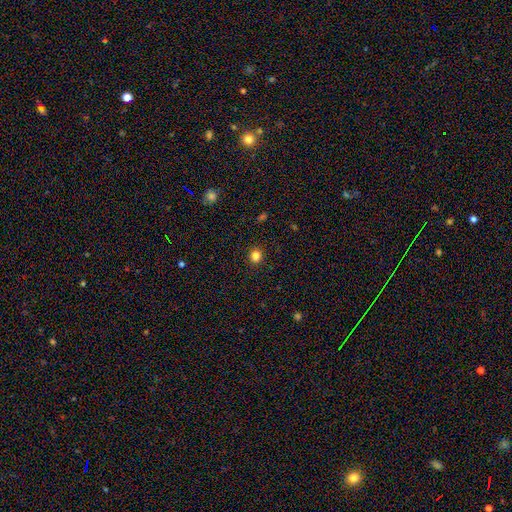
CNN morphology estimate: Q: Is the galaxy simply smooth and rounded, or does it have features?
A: smooth — 83%.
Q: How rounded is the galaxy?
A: round — 80%.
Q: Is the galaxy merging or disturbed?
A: none — 91%.